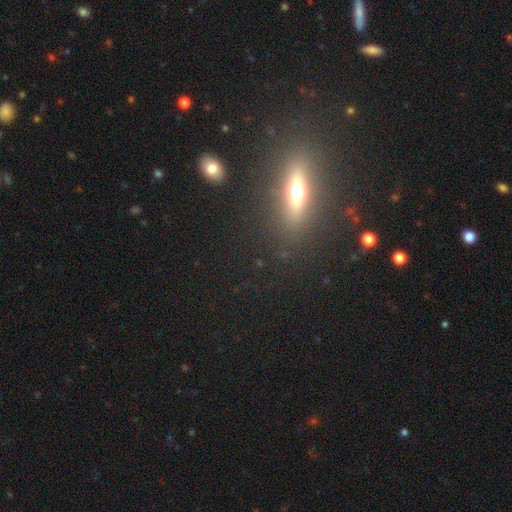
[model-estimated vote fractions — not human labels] The model was most divided on "smooth or featured": featured or disk: 48%, smooth: 34%, star or artifact: 17%. More confident: merging — none (85%).